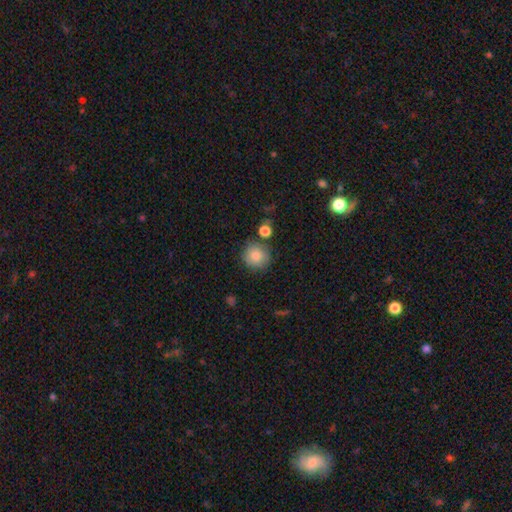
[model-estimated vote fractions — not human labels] smooth-or-featured: smooth: 84% | star or artifact: 9% | featured or disk: 8%
  how-rounded: round: 93% | in between: 6% | cigar-shaped: 1%
  merging: none: 78% | minor disturbance: 10% | merger: 8% | major disturbance: 3%